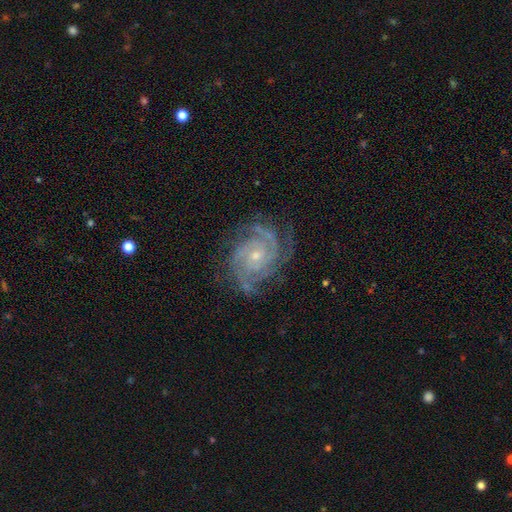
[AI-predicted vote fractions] Q: Smooth or featured?
A: featured or disk (91%); runner-up: star or artifact (6%)
Q: Edge-on disk?
A: no (98%); runner-up: yes (2%)
Q: Bar?
A: no (73%); runner-up: weak (21%)
Q: Spiral arms?
A: yes (98%); runner-up: no (2%)
Q: Spiral winding?
A: tight (71%); runner-up: medium (25%)
Q: Spiral arm count?
A: 3 (31%); runner-up: 4 (22%)
Q: Bulge size?
A: small (70%); runner-up: moderate (27%)
Q: Merging?
A: none (77%); runner-up: minor disturbance (16%)